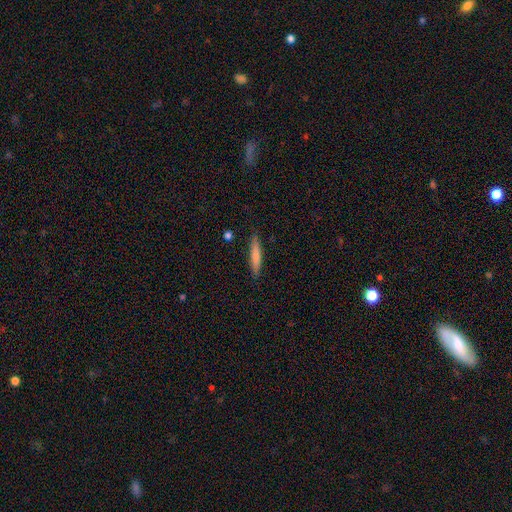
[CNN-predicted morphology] Overall: smooth (72%). How rounded: cigar-shaped (91%). Merging: none (87%).